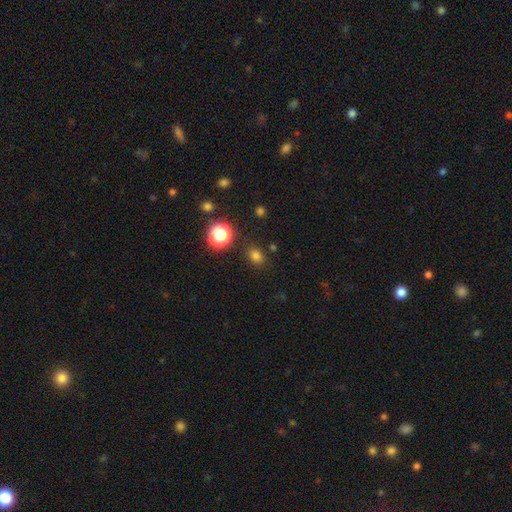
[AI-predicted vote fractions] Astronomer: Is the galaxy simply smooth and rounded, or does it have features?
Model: smooth — 75%.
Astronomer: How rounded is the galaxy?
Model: round — 51% (runner-up: in between, 47%).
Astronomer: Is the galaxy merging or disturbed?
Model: none — 84%.